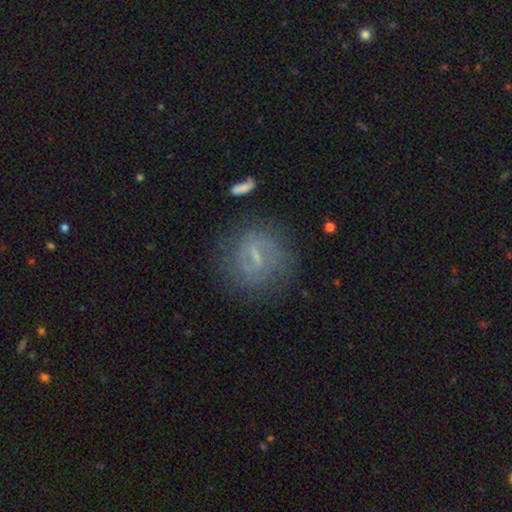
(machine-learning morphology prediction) featured or disk 69%, smooth 20%, star or artifact 11%. Down the decision tree: edge-on disk — no (95%); bar — weak (48%); spiral arms — yes (79%); spiral arm count — 2 (65%); spiral winding — tight (43%); bulge size — small (64%); merging — none (78%).